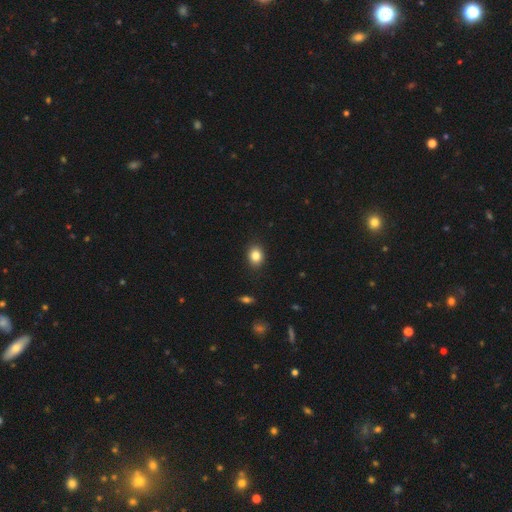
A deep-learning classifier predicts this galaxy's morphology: The model was most divided on "how rounded": in between: 52%, round: 47%, cigar-shaped: 1%. More confident: merging — none (89%); smooth or featured — smooth (84%).